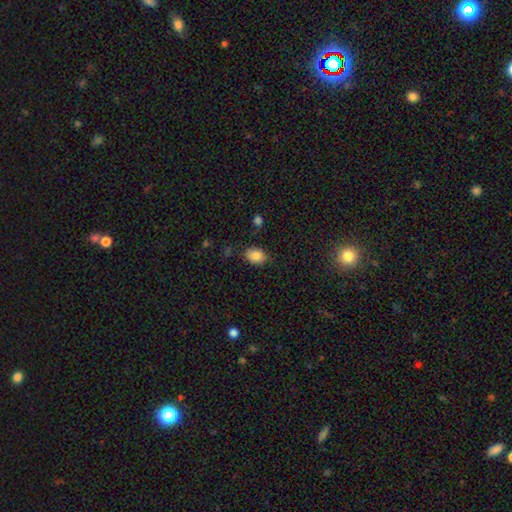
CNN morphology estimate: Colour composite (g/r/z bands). It shows a smooth galaxy with no disk features (84%) that is in between round and cigar-shaped (71%). Merging: none (79%).